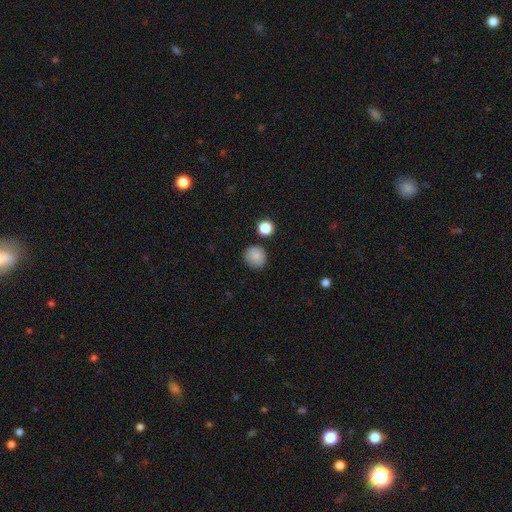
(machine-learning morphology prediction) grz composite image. It shows a smooth galaxy with no disk features (86%) that is round (88%). Merging: none (85%).